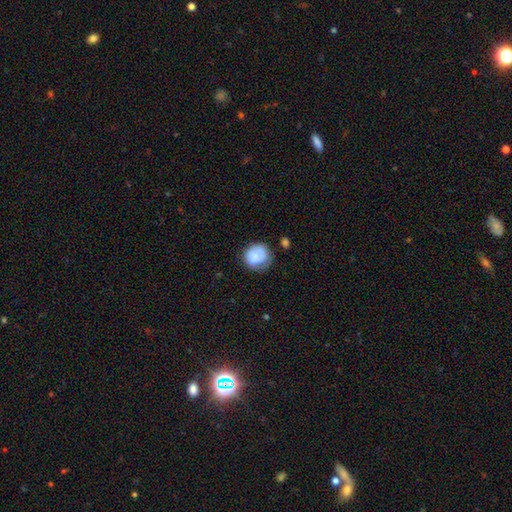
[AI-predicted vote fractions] Overall: smooth (76%). How rounded: round (84%). Merging: none (58%; minor disturbance 26%).